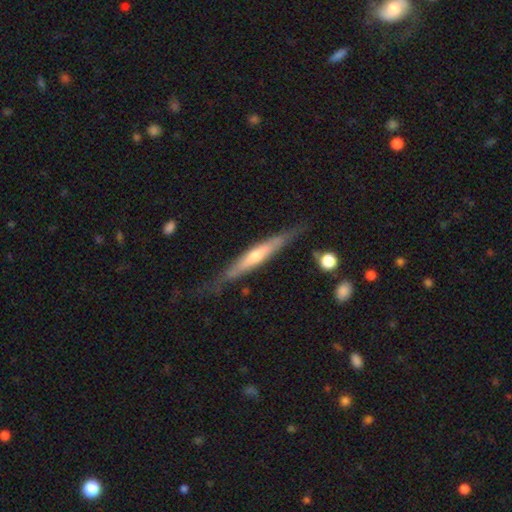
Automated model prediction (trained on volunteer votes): This is likely a featured or disk galaxy (65%). It is clearly viewed edge-on (91%). Edge-on bulge: possibly rounded (59%). Merging: likely none (73%).